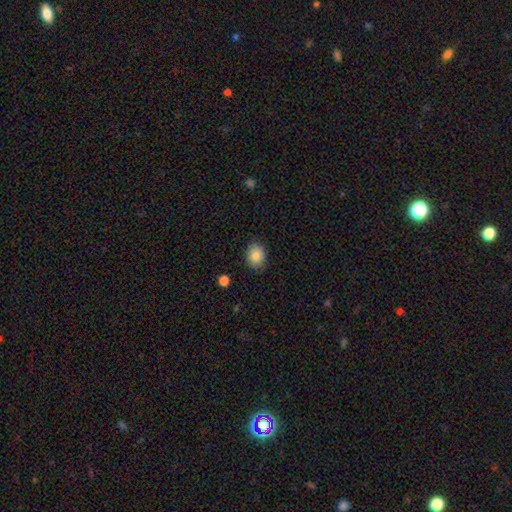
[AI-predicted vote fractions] A smooth galaxy with no disk features (84%) that is round (50%). Merging: none (86%).